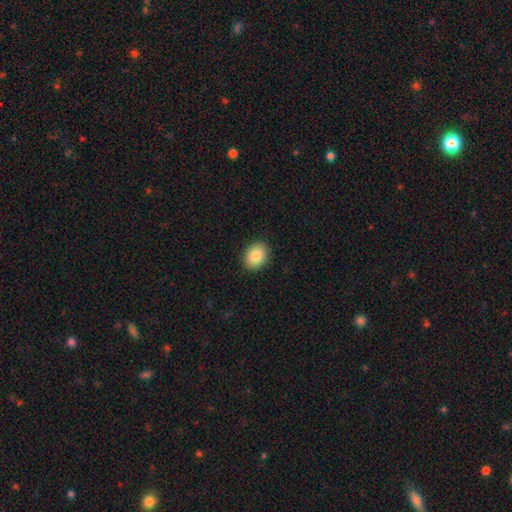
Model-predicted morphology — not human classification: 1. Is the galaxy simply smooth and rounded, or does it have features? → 87% smooth, 7% star or artifact, 6% featured or disk.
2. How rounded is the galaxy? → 68% in between, 31% round, 1% cigar-shaped.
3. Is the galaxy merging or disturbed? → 90% none, 7% minor disturbance, 2% major disturbance, 1% merger.